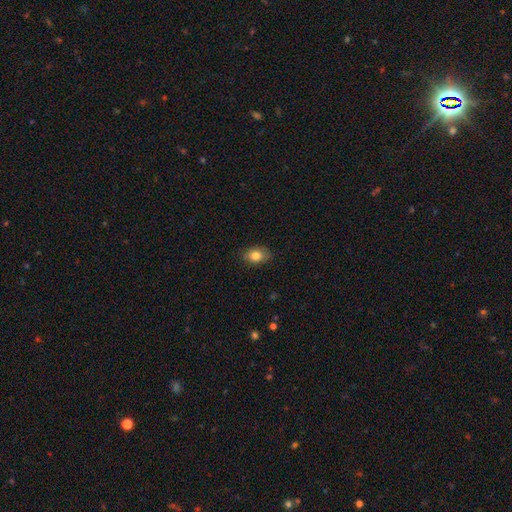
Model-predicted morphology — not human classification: Q: Smooth or featured?
A: smooth (82%); runner-up: featured or disk (9%)
Q: How rounded?
A: in between (81%); runner-up: round (18%)
Q: Merging?
A: none (85%); runner-up: minor disturbance (12%)